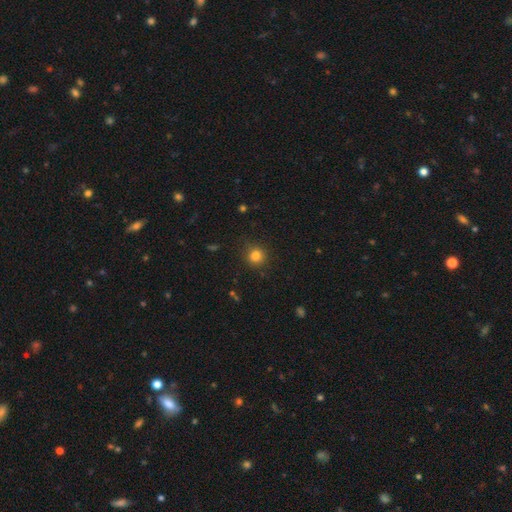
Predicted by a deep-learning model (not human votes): The model was most divided on "smooth or featured": smooth: 82%, star or artifact: 13%, featured or disk: 5%. More confident: how rounded — round (91%); merging — none (88%).